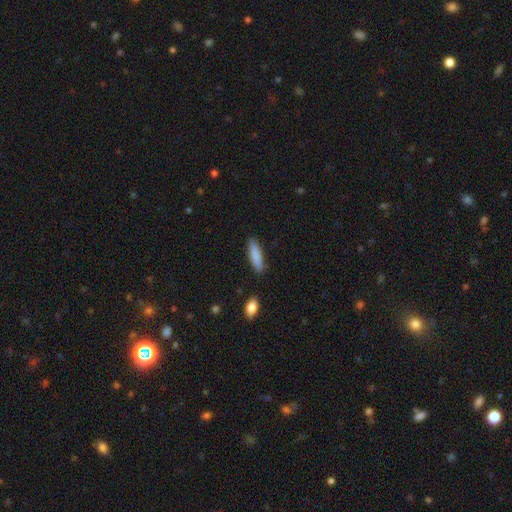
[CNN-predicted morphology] Smooth or featured? Predicted: smooth (p=0.86). How rounded? Predicted: cigar-shaped (p=0.71). Merging? Predicted: none (p=0.87).